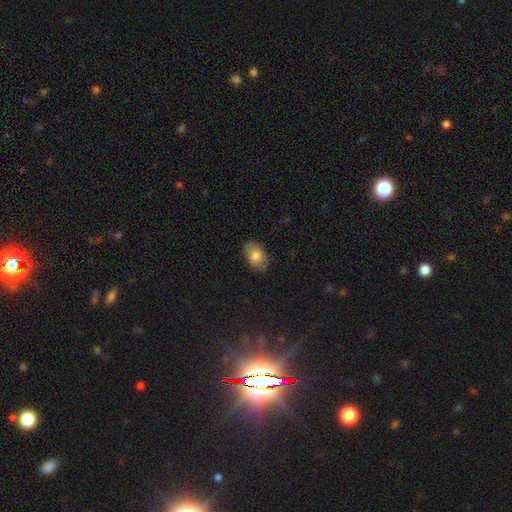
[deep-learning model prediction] Smooth or featured?
  - smooth: 81% *
  - featured or disk: 12%
  - star or artifact: 8%
How rounded?
  - in between: 88% *
  - round: 10%
  - cigar-shaped: 1%
Merging?
  - none: 83% *
  - minor disturbance: 13%
  - major disturbance: 3%
  - merger: 1%